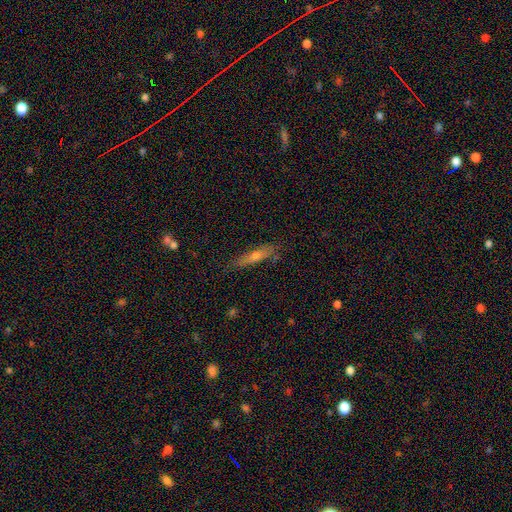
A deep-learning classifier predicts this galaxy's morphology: This is possibly a smooth galaxy (50%). Merging: likely none (78%).